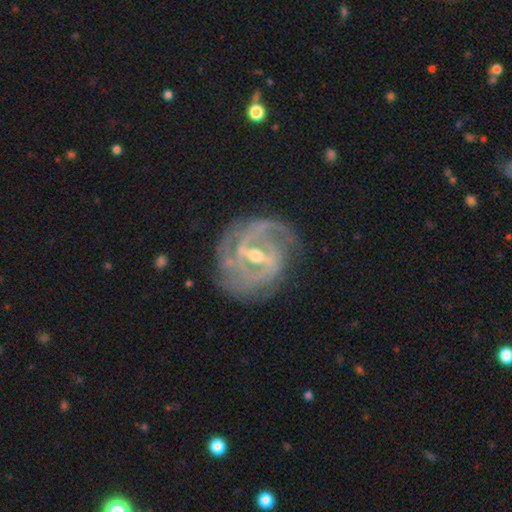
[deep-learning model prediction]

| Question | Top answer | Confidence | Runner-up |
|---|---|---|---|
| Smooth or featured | featured or disk | 90% | smooth (5%) |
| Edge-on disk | no | 97% | yes (3%) |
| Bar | strong | 50% | weak (39%) |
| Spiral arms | yes | 95% | no (5%) |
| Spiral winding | tight | 56% | medium (35%) |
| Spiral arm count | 2 | 43% | 3 (22%) |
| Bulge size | moderate | 64% | small (31%) |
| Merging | none | 73% | minor disturbance (17%) |